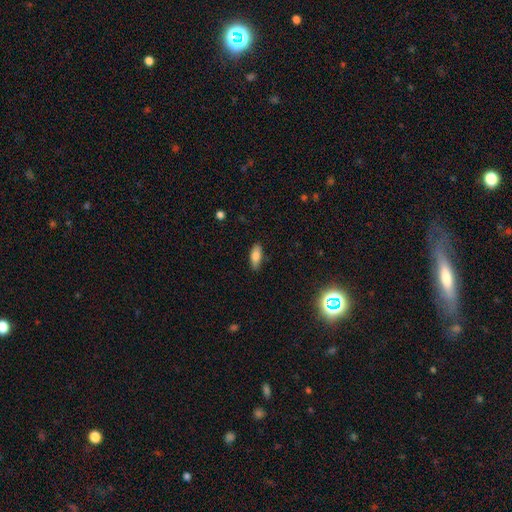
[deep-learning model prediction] Smooth or featured: smooth — 81% (featured or disk — 11%)
How rounded: in between — 75% (cigar-shaped — 23%)
Merging: none — 84% (minor disturbance — 12%)